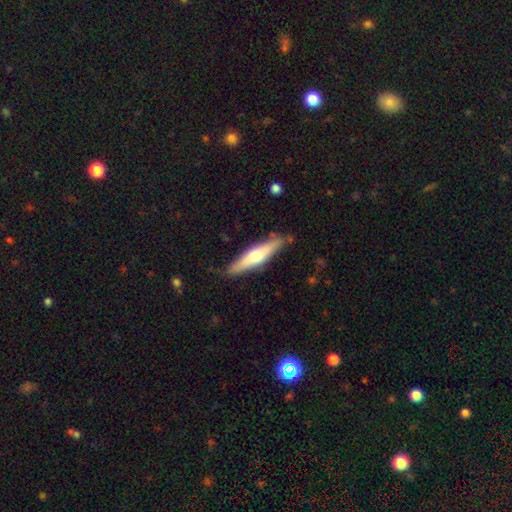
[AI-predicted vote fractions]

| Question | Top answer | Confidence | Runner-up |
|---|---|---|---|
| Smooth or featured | featured or disk | 48% | smooth (47%) |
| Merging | none | 83% | minor disturbance (13%) |